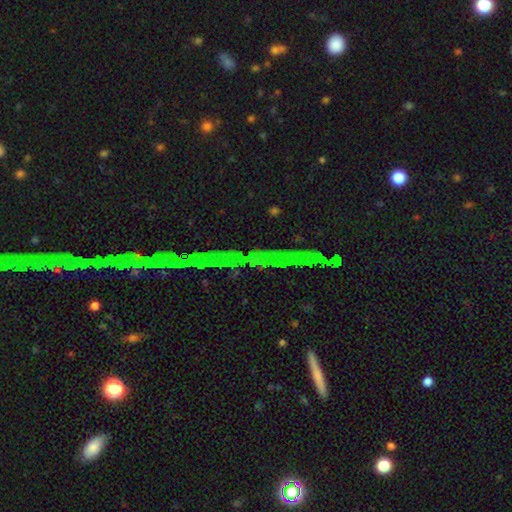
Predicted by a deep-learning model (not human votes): Smooth or featured?
  - star or artifact: 84% *
  - featured or disk: 8%
  - smooth: 8%